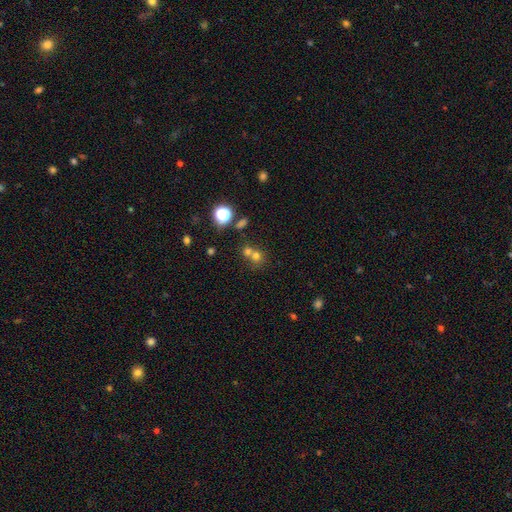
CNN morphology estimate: smooth_or_featured: smooth (p=0.64) [alt: star or artifact p=0.22]
how_rounded: round (p=0.82) [alt: in between p=0.17]
merging: merger (p=0.49) [alt: none p=0.41]